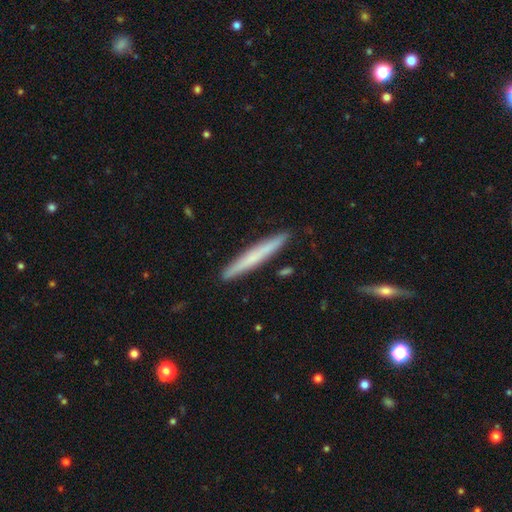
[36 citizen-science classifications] Smooth or featured: featured or disk — 53% (smooth — 47%)
Edge-on disk: yes — 100%
Edge-on bulge: none — 68% (rounded — 32%)
Merging: none — 94% (minor disturbance — 3%)